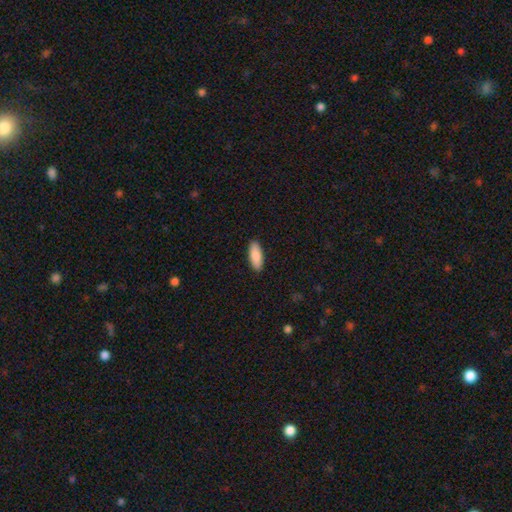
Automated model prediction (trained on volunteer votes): smooth 88%, featured or disk 7%, star or artifact 5%. Down the decision tree: how rounded — in between (74%); merging — none (90%).